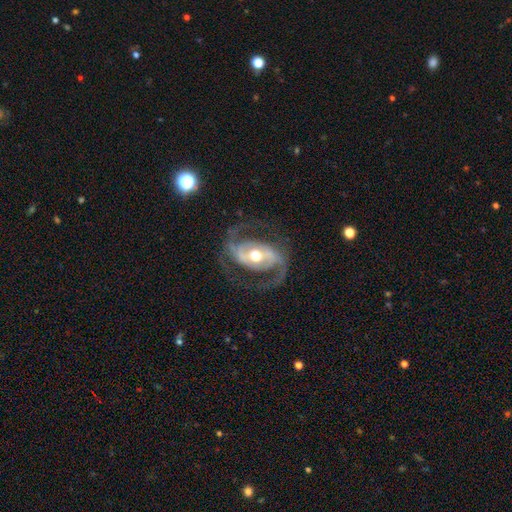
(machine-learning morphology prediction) Q: Smooth or featured?
A: featured or disk (91%); runner-up: smooth (5%)
Q: Edge-on disk?
A: no (97%); runner-up: yes (3%)
Q: Bar?
A: weak (36%); runner-up: strong (33%)
Q: Spiral arms?
A: yes (96%); runner-up: no (4%)
Q: Spiral winding?
A: medium (56%); runner-up: loose (27%)
Q: Spiral arm count?
A: 2 (91%); runner-up: 3 (2%)
Q: Bulge size?
A: moderate (74%); runner-up: large (13%)
Q: Merging?
A: none (76%); runner-up: minor disturbance (13%)